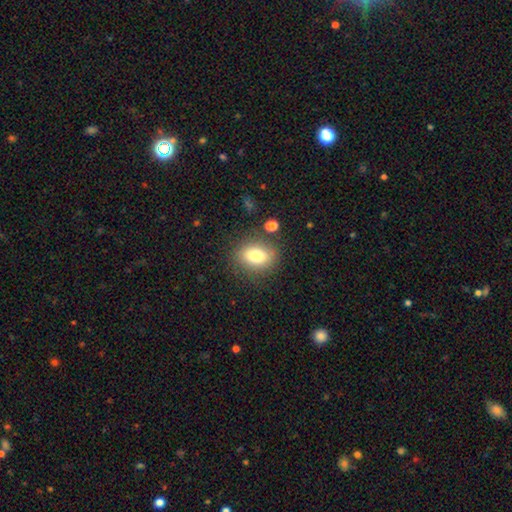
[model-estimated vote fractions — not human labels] Smooth or featured? Predicted: smooth (p=0.78). How rounded? Predicted: in between (p=0.66). Merging? Predicted: none (p=0.78).